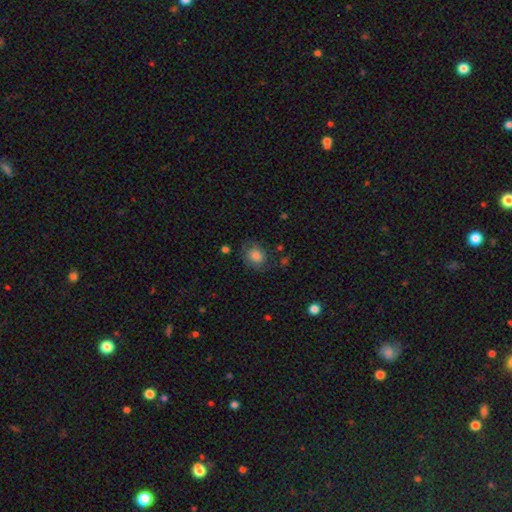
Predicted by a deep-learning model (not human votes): smooth-or-featured: smooth: 73% | featured or disk: 18% | star or artifact: 9%
  how-rounded: round: 63% | in between: 36% | cigar-shaped: 1%
  merging: none: 65% | minor disturbance: 22% | major disturbance: 10% | merger: 2%